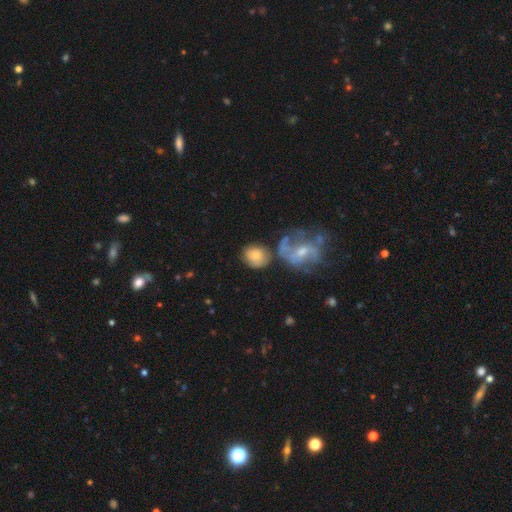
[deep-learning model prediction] smooth 62%, featured or disk 29%, star or artifact 9%. Down the decision tree: how rounded — round (67%); merging — none (51%).